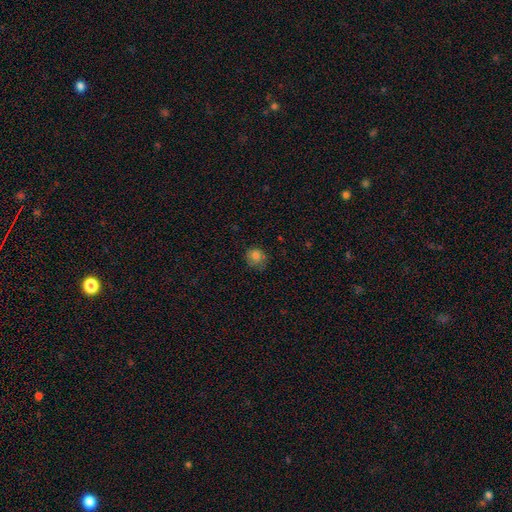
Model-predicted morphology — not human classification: Smooth or featured? smooth (81%)
How rounded? round (76%)
Merging? none (67%)